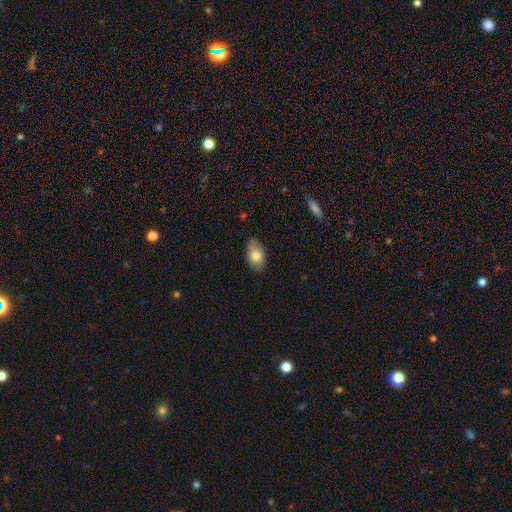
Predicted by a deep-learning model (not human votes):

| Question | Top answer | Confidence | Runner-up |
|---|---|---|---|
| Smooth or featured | smooth | 78% | featured or disk (15%) |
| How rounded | in between | 90% | round (9%) |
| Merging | none | 76% | minor disturbance (20%) |